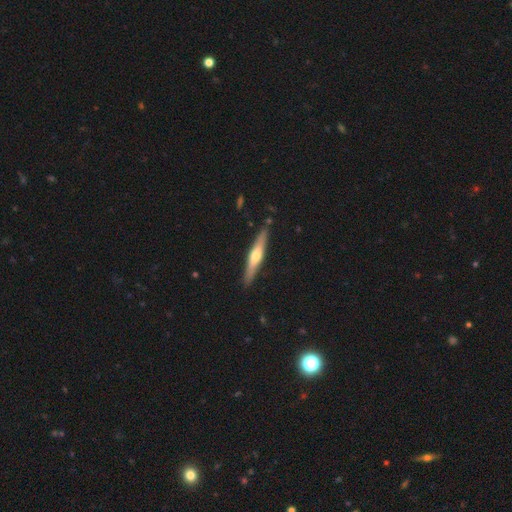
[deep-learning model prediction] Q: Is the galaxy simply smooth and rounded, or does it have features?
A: featured or disk — 58%.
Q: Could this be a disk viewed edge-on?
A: yes — 95%.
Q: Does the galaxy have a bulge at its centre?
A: rounded — 88%.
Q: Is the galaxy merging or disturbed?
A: none — 89%.